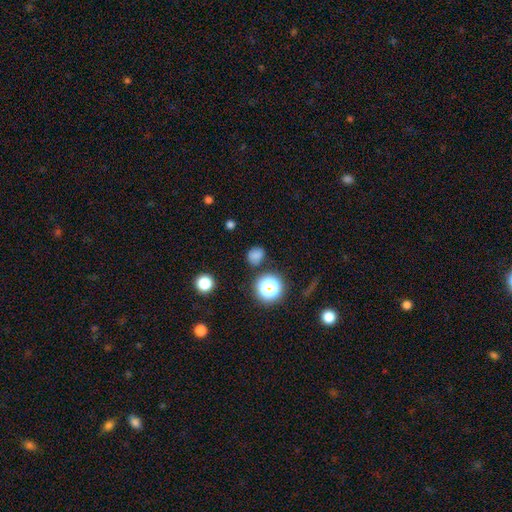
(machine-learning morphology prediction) smooth-or-featured: smooth: 71% | star or artifact: 23% | featured or disk: 6%
  how-rounded: round: 66% | in between: 32% | cigar-shaped: 1%
  merging: none: 75% | minor disturbance: 15% | major disturbance: 5% | merger: 5%